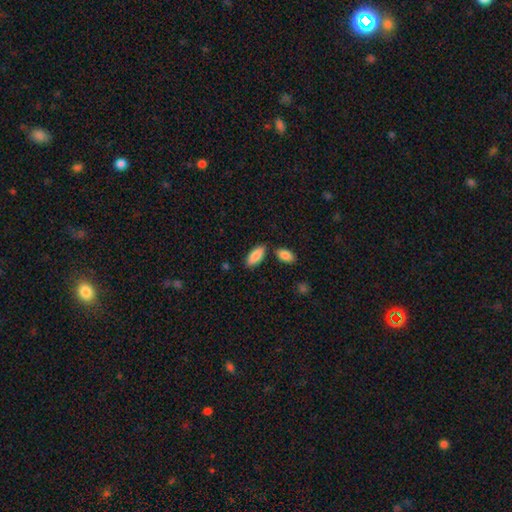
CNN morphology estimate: Smooth or featured?
  - smooth: 86% *
  - featured or disk: 8%
  - star or artifact: 6%
How rounded?
  - in between: 82% *
  - cigar-shaped: 17%
  - round: 2%
Merging?
  - none: 77% *
  - minor disturbance: 12%
  - merger: 8%
  - major disturbance: 3%